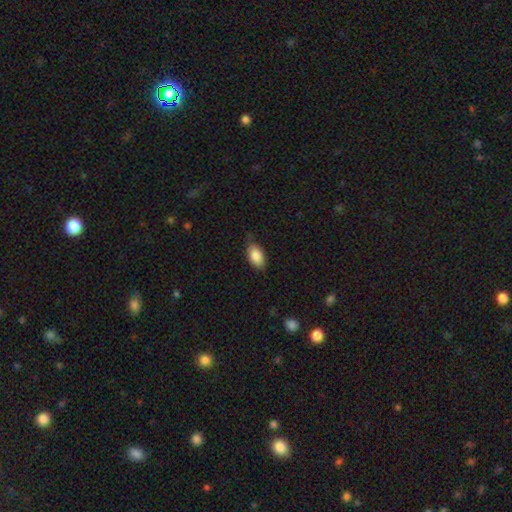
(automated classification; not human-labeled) smooth 86%, featured or disk 7%, star or artifact 7%. Down the decision tree: how rounded — in between (92%); merging — none (74%).